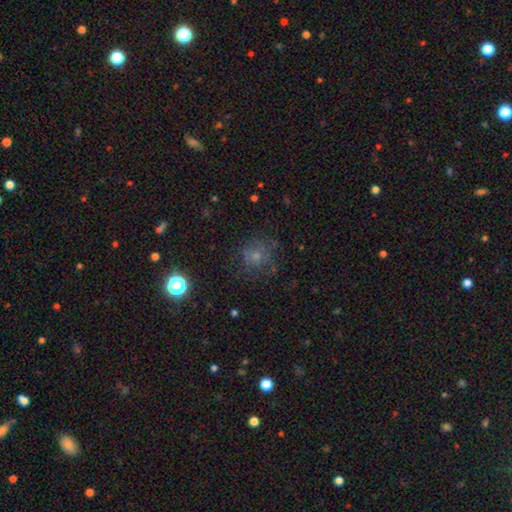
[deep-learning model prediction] Overall: smooth (56%; star or artifact 23%). How rounded: round (86%). Merging: none (70%).